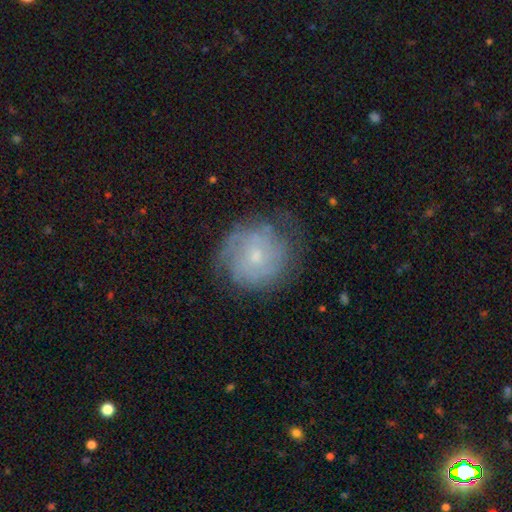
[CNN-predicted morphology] featured or disk 69%, smooth 23%, star or artifact 8%. Down the decision tree: edge-on disk — no (98%); bar — no (73%); spiral arms — yes (89%); spiral arm count — can't tell (45%); spiral winding — tight (66%); bulge size — small (66%); merging — none (71%).